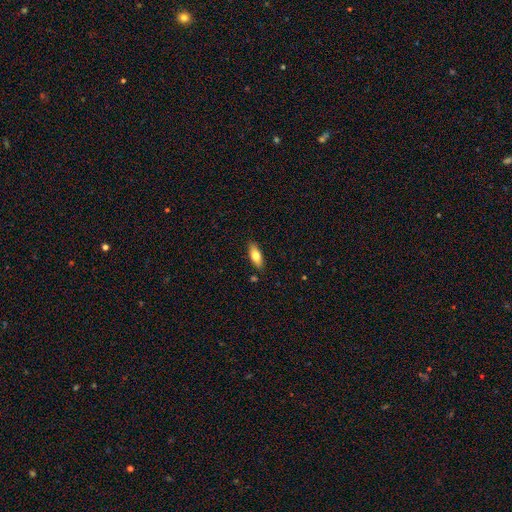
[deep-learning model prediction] A smooth galaxy with no disk features (74%) that is in between round and cigar-shaped (73%).

Vote fractions:
- Smooth or featured? smooth: 74% / featured or disk: 19% / star or artifact: 7%
- How rounded? in between: 73% / cigar-shaped: 25% / round: 2%
- Merging? none: 85% / minor disturbance: 10% / merger: 2% / major disturbance: 2%